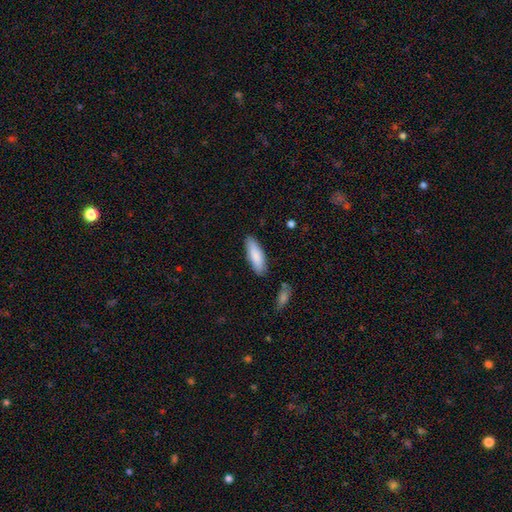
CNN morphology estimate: smooth 86%, featured or disk 8%, star or artifact 5%. Down the decision tree: how rounded — in between (56%); merging — none (85%).